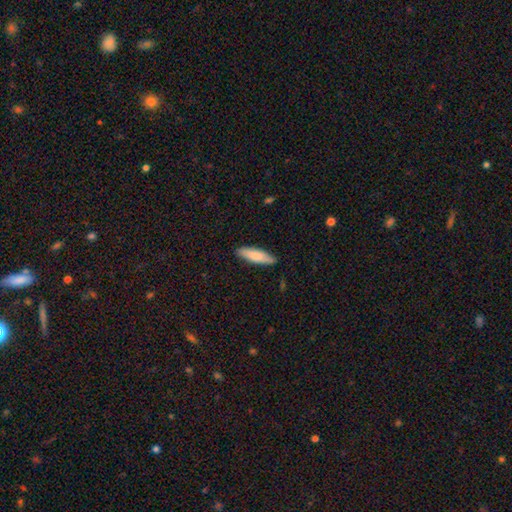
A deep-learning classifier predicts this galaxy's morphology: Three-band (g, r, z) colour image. It shows a smooth galaxy with no disk features (80%) that is cigar-shaped (64%). Merging: none (87%).